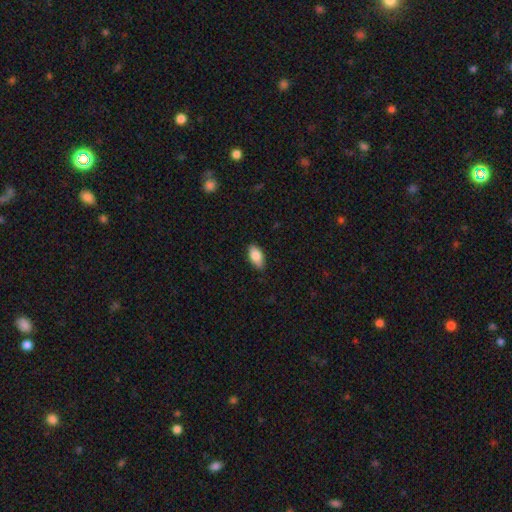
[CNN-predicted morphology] This is clearly a smooth galaxy (85%). How rounded: clearly in between (93%). Merging: clearly none (85%).